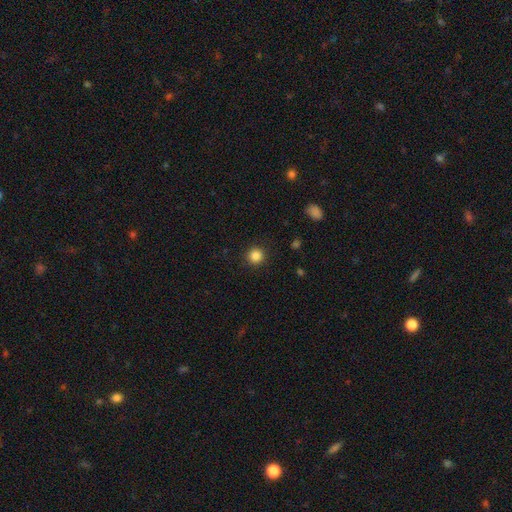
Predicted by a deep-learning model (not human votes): Q: Smooth or featured?
A: smooth (85%); runner-up: star or artifact (11%)
Q: How rounded?
A: round (94%); runner-up: in between (5%)
Q: Merging?
A: none (91%); runner-up: minor disturbance (6%)